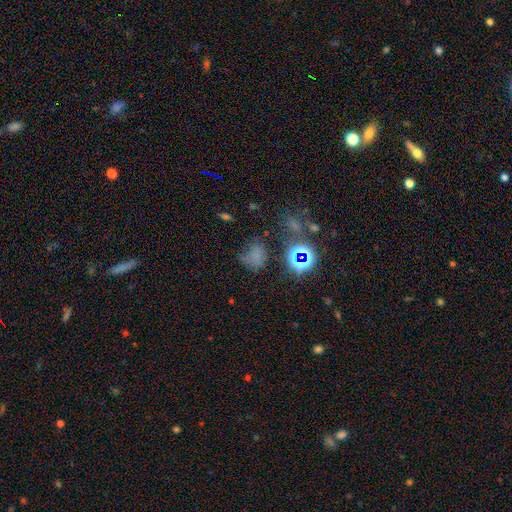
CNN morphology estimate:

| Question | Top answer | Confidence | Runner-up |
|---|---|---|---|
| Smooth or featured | smooth | 52% | star or artifact (36%) |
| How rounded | round | 54% | in between (45%) |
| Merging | none | 47% | minor disturbance (25%) |